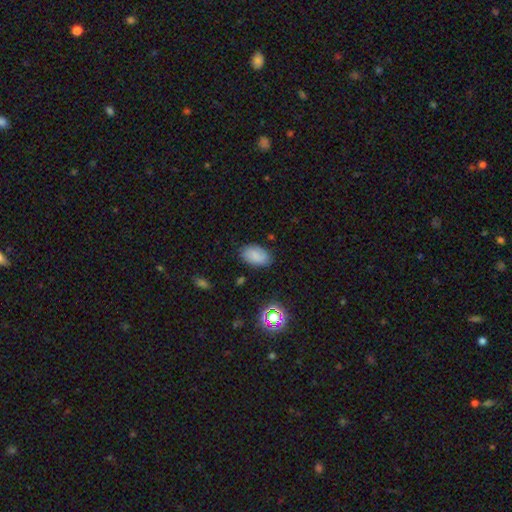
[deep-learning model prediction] Smooth or featured? Predicted: smooth (p=0.81). How rounded? Predicted: in between (p=0.92). Merging? Predicted: none (p=0.82).